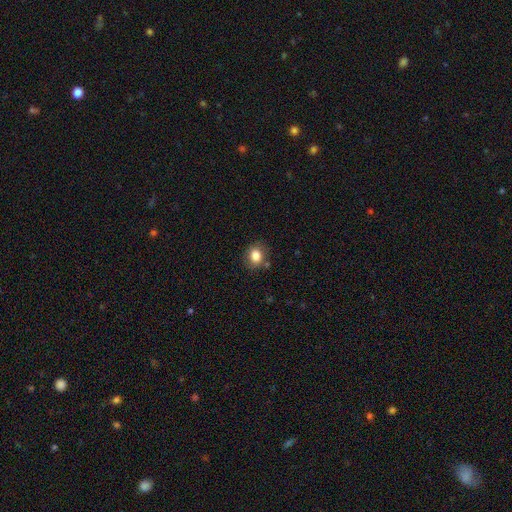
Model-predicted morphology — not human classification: A smooth galaxy with no disk features (82%) that is round (60%). Merging: none (79%).